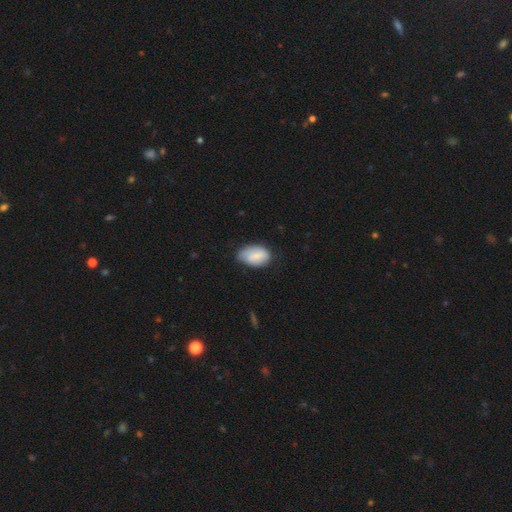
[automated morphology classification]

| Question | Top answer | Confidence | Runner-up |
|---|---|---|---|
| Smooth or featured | smooth | 78% | featured or disk (16%) |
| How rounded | in between | 92% | round (7%) |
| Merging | none | 60% | minor disturbance (32%) |